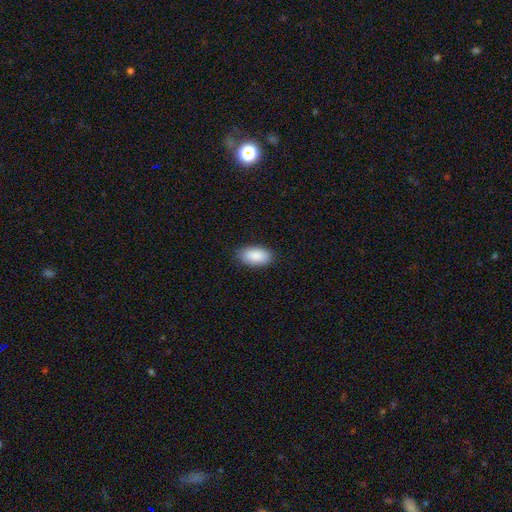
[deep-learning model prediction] Smooth or featured?
  - smooth: 89% *
  - star or artifact: 6%
  - featured or disk: 5%
How rounded?
  - in between: 94% *
  - round: 3%
  - cigar-shaped: 3%
Merging?
  - none: 85% *
  - minor disturbance: 11%
  - major disturbance: 2%
  - merger: 1%